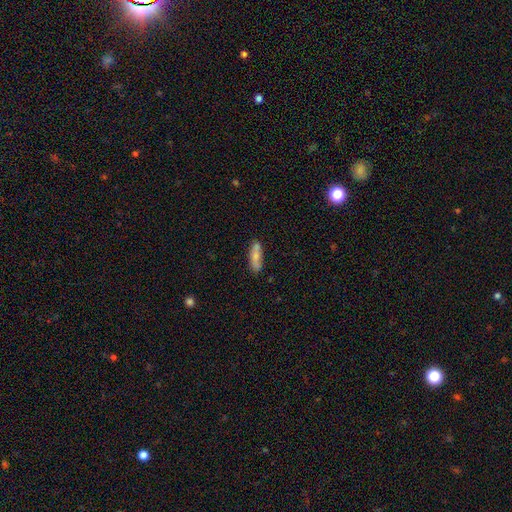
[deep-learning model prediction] The model was most divided on "how rounded": cigar-shaped: 53%, in between: 44%, round: 2%. More confident: merging — none (74%); smooth or featured — smooth (72%).